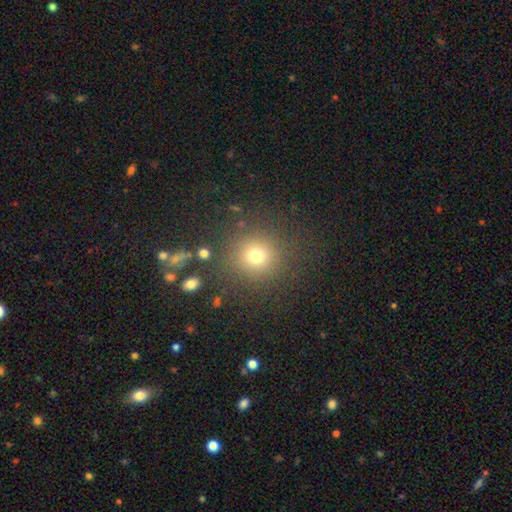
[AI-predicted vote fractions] Smooth or featured? smooth (73%)
How rounded? round (92%)
Merging? none (84%)